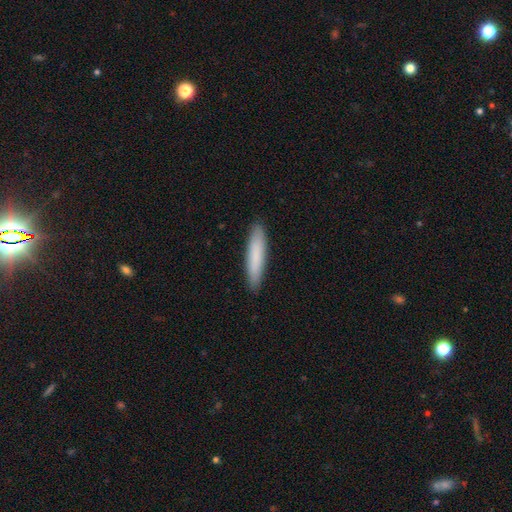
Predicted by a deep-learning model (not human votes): smooth_or_featured: smooth (p=0.82) [alt: featured or disk p=0.13]
how_rounded: cigar-shaped (p=0.88) [alt: in between p=0.11]
merging: none (p=0.90) [alt: minor disturbance p=0.07]